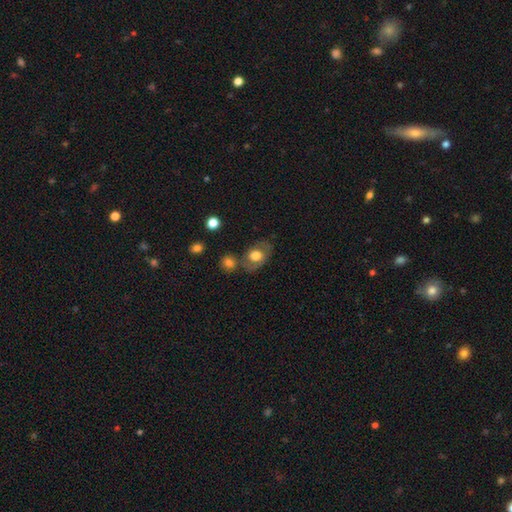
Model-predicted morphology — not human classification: smooth 65%, featured or disk 27%, star or artifact 8%. Down the decision tree: how rounded — in between (69%); merging — none (61%).